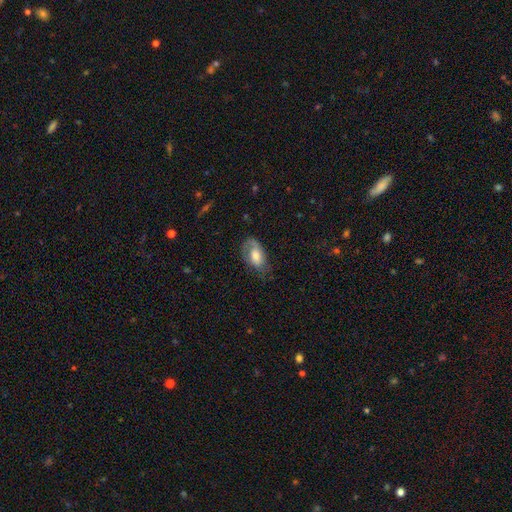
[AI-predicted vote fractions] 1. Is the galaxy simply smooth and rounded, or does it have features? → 50% smooth, 43% featured or disk, 7% star or artifact.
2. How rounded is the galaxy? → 90% in between, 8% round, 2% cigar-shaped.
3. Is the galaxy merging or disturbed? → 52% none, 28% minor disturbance, 18% major disturbance, 2% merger.